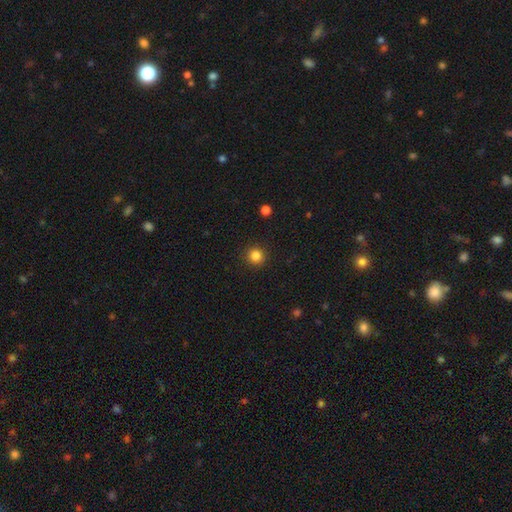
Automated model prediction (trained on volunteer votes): Smooth or featured? Predicted: smooth (p=0.84). How rounded? Predicted: round (p=0.95). Merging? Predicted: none (p=0.92).